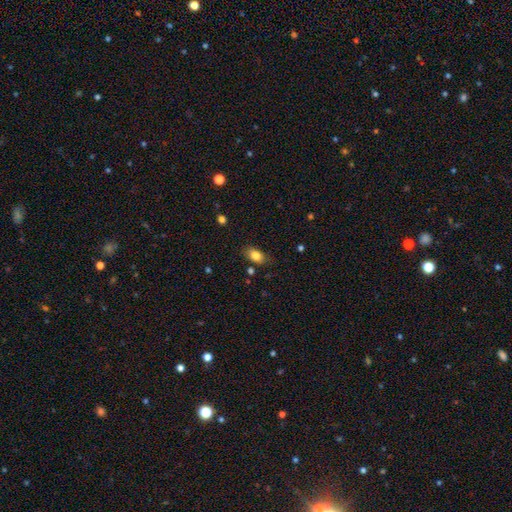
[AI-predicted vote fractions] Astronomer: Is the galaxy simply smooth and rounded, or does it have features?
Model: smooth — 83%.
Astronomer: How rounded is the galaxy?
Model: in between — 85%.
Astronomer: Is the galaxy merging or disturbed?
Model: none — 78%.